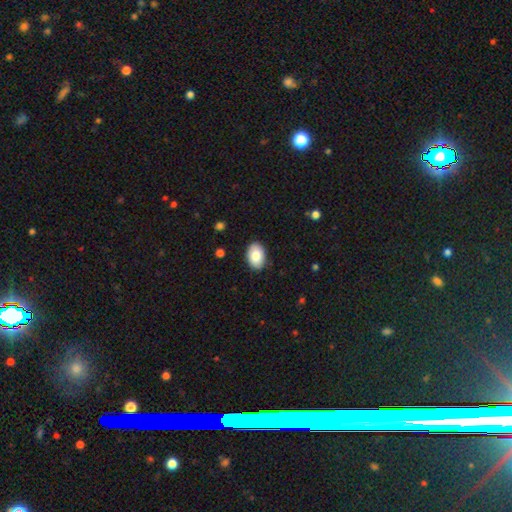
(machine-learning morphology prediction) This appears to be a smooth galaxy with no disk features (84%) that is in between round and cigar-shaped (88%). Merging: none (88%).